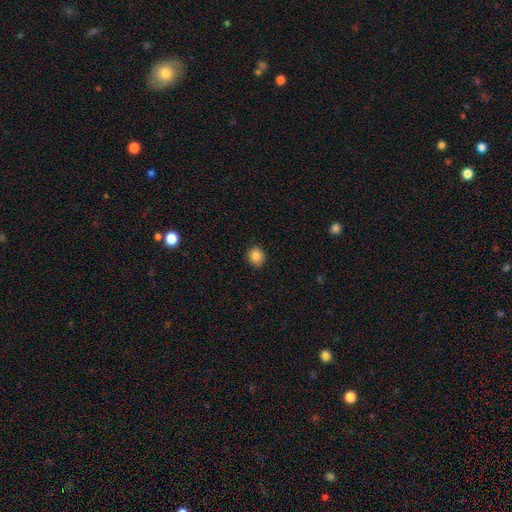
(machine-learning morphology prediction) A smooth galaxy with no disk features (85%) that is round (75%). Merging: none (87%).